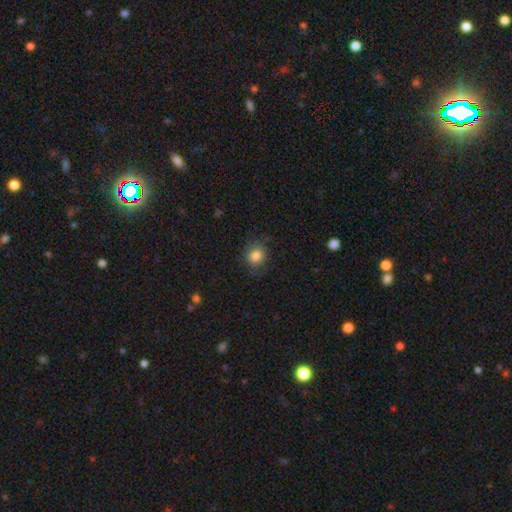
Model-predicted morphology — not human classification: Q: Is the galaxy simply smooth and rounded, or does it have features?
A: smooth — 82%.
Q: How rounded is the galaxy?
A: round — 70%.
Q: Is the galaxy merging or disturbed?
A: none — 76%.